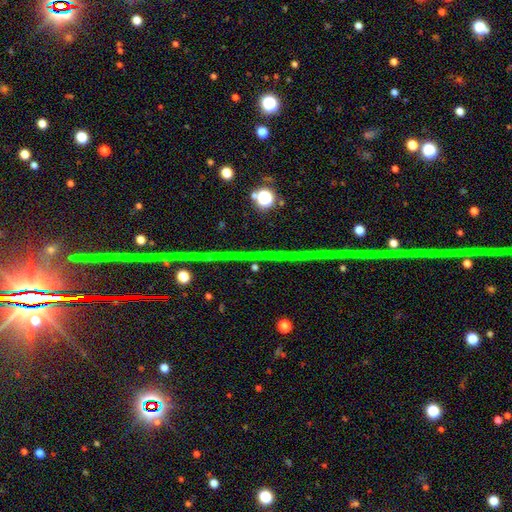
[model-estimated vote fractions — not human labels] Q: Smooth or featured?
A: star or artifact (82%); runner-up: featured or disk (11%)